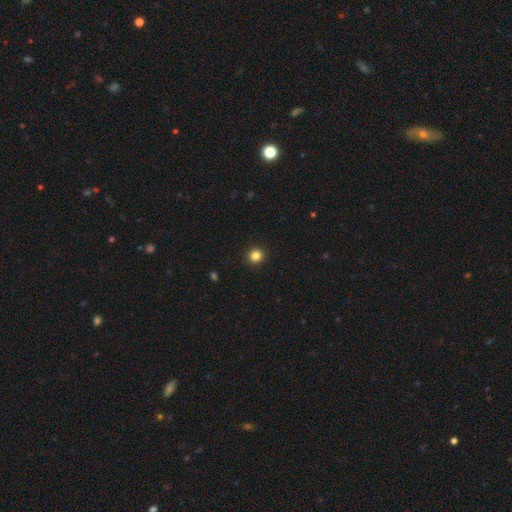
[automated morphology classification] Q: Smooth or featured?
A: smooth (84%); runner-up: star or artifact (12%)
Q: How rounded?
A: round (94%); runner-up: in between (5%)
Q: Merging?
A: none (93%); runner-up: minor disturbance (4%)